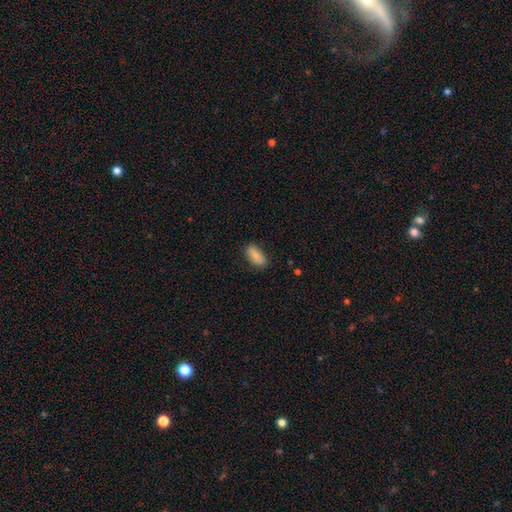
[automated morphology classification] Overall: smooth (84%). How rounded: in between (87%). Merging: none (81%).